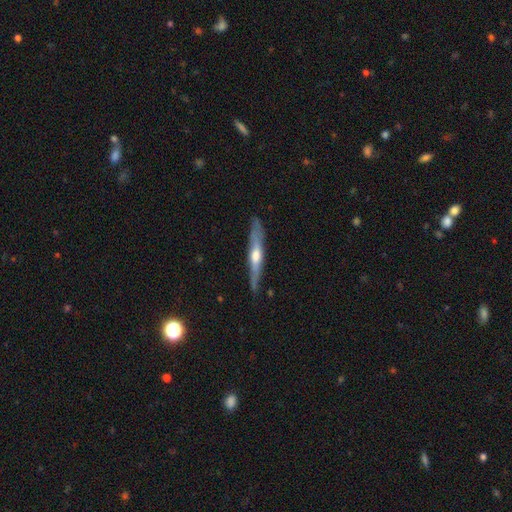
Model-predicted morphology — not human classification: smooth_or_featured: featured or disk (p=0.64) [alt: smooth p=0.31]
disk_edge_on: yes (p=0.93) [alt: no p=0.07]
edge_on_bulge: rounded (p=0.80) [alt: none p=0.11]
merging: none (p=0.83) [alt: minor disturbance p=0.13]